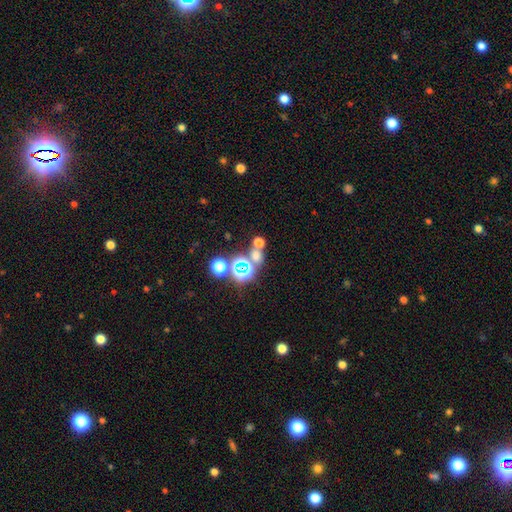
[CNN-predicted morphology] The model was most divided on "smooth or featured": smooth: 51%, star or artifact: 41%, featured or disk: 9%. More confident: how rounded — round (72%); merging — none (61%).